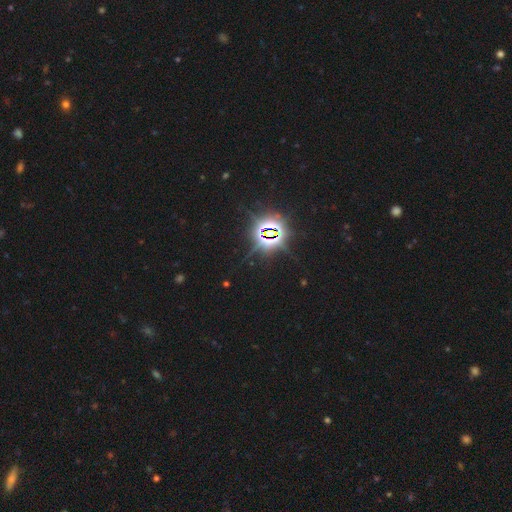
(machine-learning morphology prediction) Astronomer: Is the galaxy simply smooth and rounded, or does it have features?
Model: star or artifact — 81%.